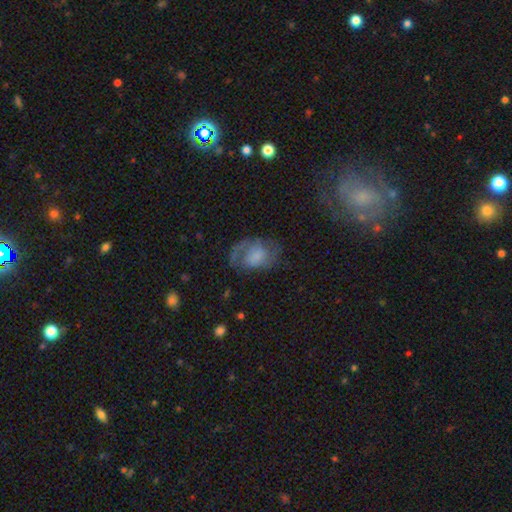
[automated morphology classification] Smooth or featured? featured or disk (54%)
Edge-on disk? no (97%)
Bar? no (63%)
Spiral arms? yes (79%)
Bulge size? none (36%)
Merging? none (52%)